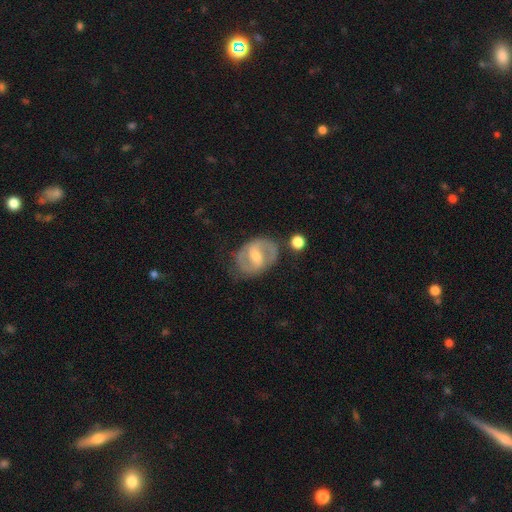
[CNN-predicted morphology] Smooth or featured? Predicted: featured or disk (p=0.75). Edge-on disk? Predicted: no (p=0.96). Bar? Predicted: weak (p=0.45). Spiral arms? Predicted: yes (p=0.79). Spiral winding? Predicted: medium (p=0.50). Spiral arm count? Predicted: 2 (p=0.82). Bulge size? Predicted: moderate (p=0.54). Merging? Predicted: none (p=0.69).